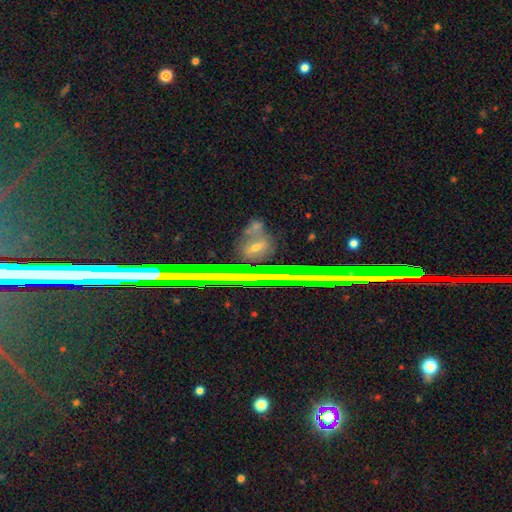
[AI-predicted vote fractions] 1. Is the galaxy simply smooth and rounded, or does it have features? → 72% star or artifact, 17% featured or disk, 11% smooth.